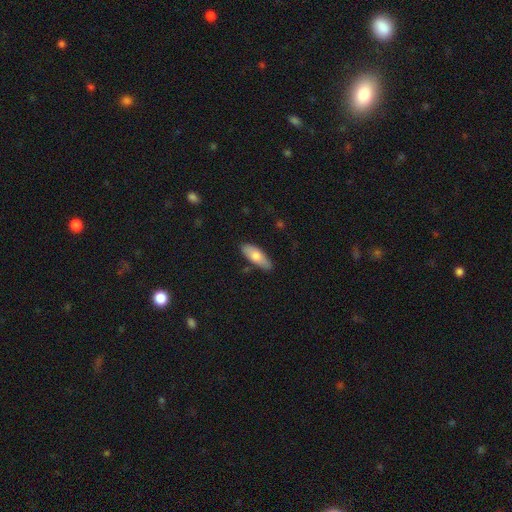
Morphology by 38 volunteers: type=smooth (76%); roundness=in between (69%); merging=none (86%).